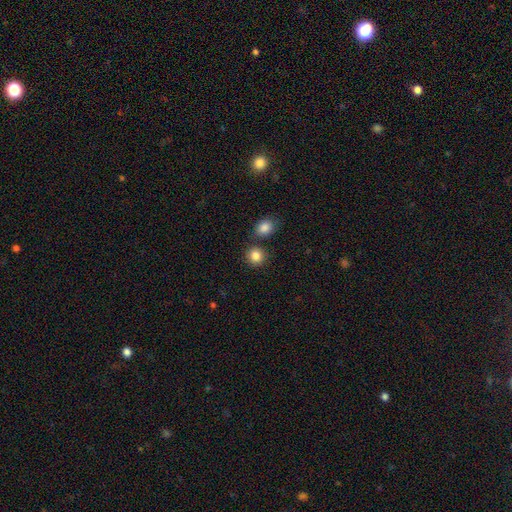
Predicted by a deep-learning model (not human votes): Smooth or featured?
  - smooth: 85% *
  - star or artifact: 10%
  - featured or disk: 5%
How rounded?
  - round: 87% *
  - in between: 12%
  - cigar-shaped: 1%
Merging?
  - none: 77% *
  - merger: 13%
  - minor disturbance: 8%
  - major disturbance: 3%